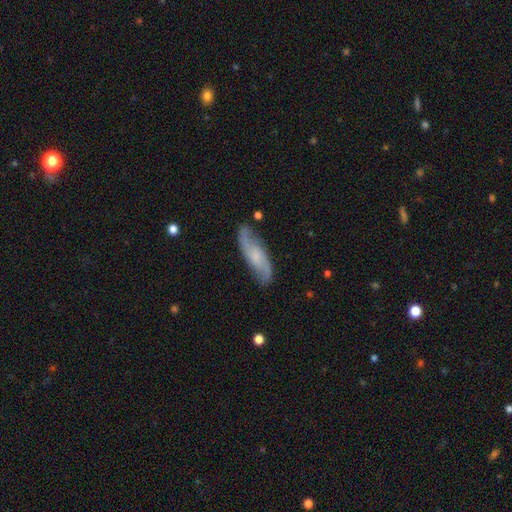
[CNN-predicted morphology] Smooth or featured? featured or disk (73%)
Edge-on disk? no (85%)
Bar? no (55%)
Spiral arms? yes (94%)
Spiral winding? loose (48%)
Spiral arm count? 2 (89%)
Bulge size? small (44%)
Merging? none (79%)